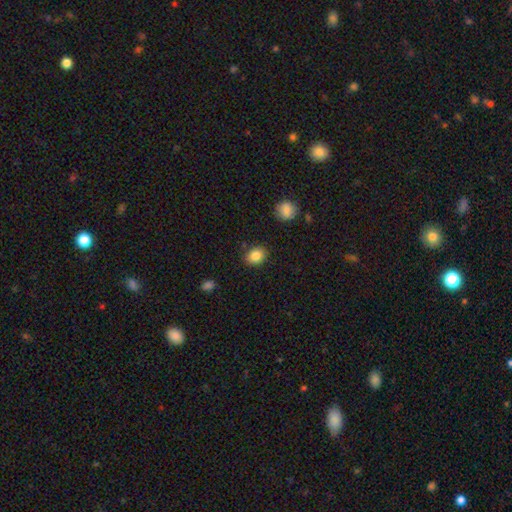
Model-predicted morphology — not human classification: A smooth galaxy with no disk features (86%) that is in between round and cigar-shaped (50%).

Vote fractions:
- Smooth or featured? smooth: 86% / star or artifact: 9% / featured or disk: 5%
- How rounded? in between: 50% / round: 49% / cigar-shaped: 1%
- Merging? none: 85% / minor disturbance: 11% / major disturbance: 3% / merger: 2%